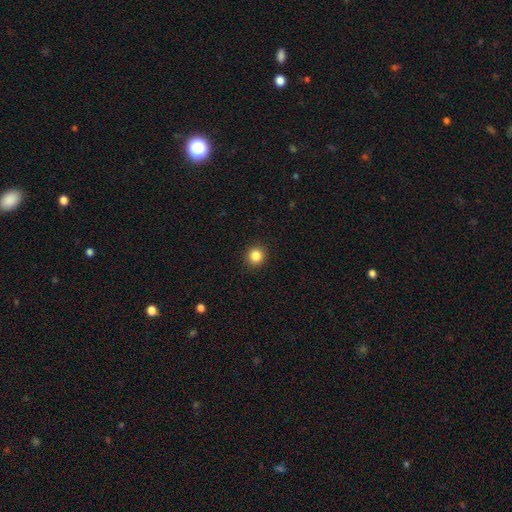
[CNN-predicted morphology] smooth 85%, star or artifact 11%, featured or disk 4%. Down the decision tree: how rounded — round (90%); merging — none (92%).